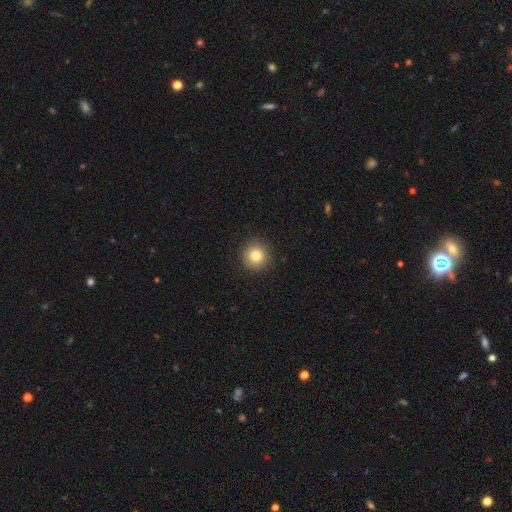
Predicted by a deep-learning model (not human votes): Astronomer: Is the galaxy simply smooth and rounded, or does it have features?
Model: smooth — 82%.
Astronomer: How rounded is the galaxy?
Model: round — 94%.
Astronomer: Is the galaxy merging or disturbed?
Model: none — 90%.